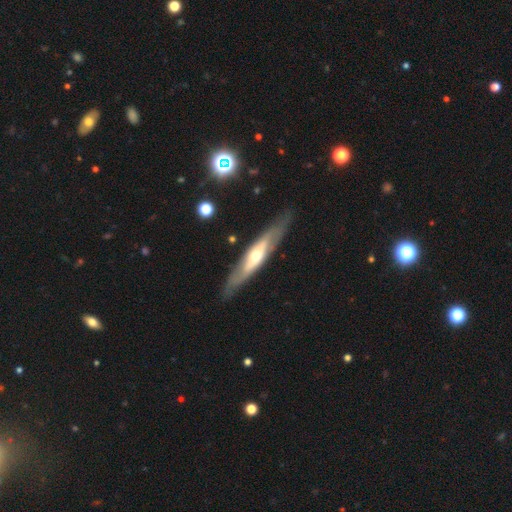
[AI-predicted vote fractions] This is likely a featured or disk galaxy (66%). It is possibly viewed edge-on (59%). Merging: clearly none (80%).